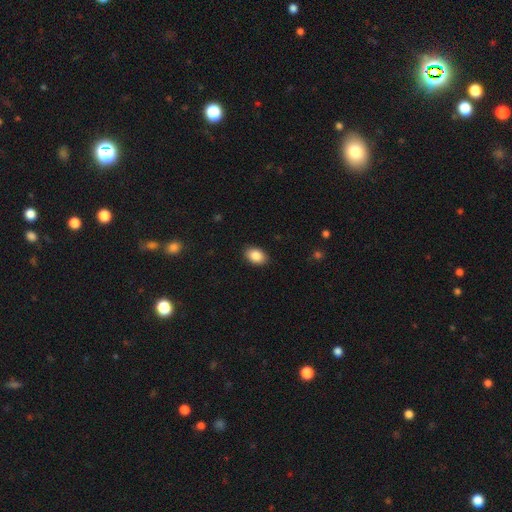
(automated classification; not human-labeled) Overall: smooth (87%). How rounded: in between (85%). Merging: none (89%).